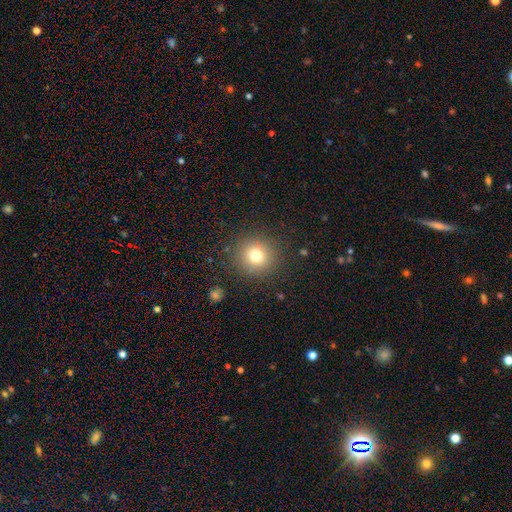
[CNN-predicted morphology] Smooth or featured? Predicted: smooth (p=0.74). How rounded? Predicted: round (p=0.92). Merging? Predicted: none (p=0.87).